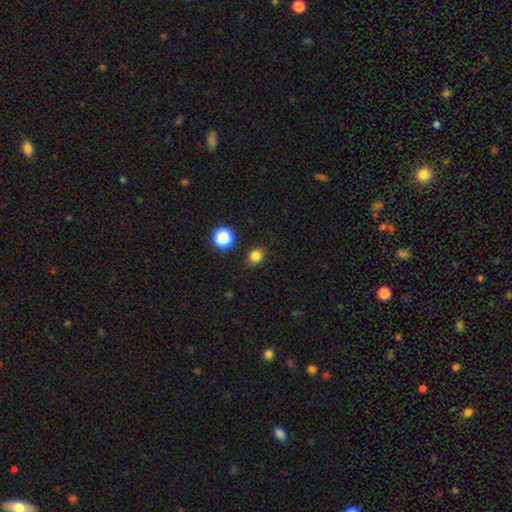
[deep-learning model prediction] Smooth or featured? Predicted: smooth (p=0.81). How rounded? Predicted: round (p=0.64). Merging? Predicted: none (p=0.86).